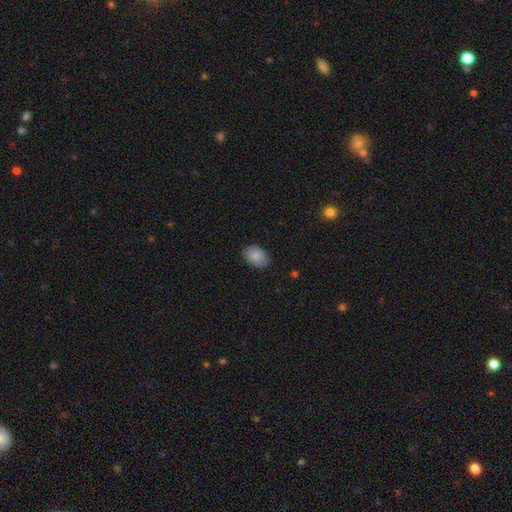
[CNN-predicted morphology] A smooth galaxy with no disk features (84%) that is in between round and cigar-shaped (85%).

Vote fractions:
- Smooth or featured? smooth: 84% / featured or disk: 9% / star or artifact: 7%
- How rounded? in between: 85% / round: 14% / cigar-shaped: 1%
- Merging? none: 80% / minor disturbance: 16% / major disturbance: 3% / merger: 1%